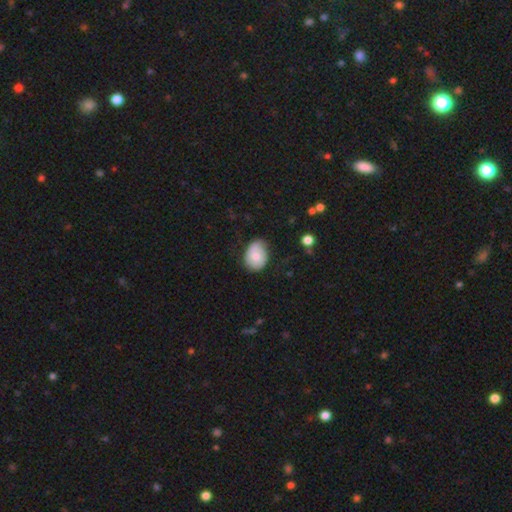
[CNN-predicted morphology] smooth-or-featured: smooth: 66% | featured or disk: 27% | star or artifact: 7%
  how-rounded: in between: 65% | round: 34% | cigar-shaped: 1%
  merging: none: 65% | minor disturbance: 28% | major disturbance: 6% | merger: 1%